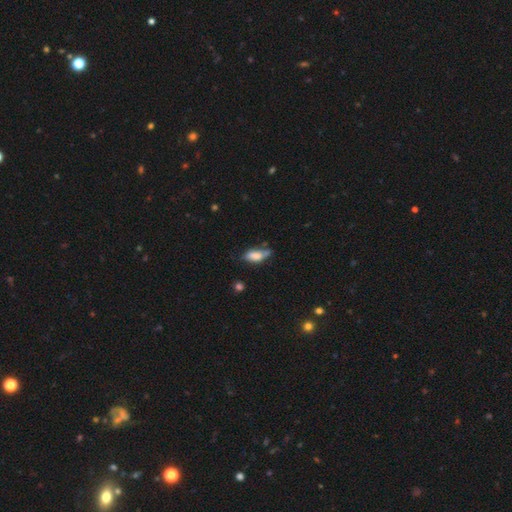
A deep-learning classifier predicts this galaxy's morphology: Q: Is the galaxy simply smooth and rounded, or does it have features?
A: smooth — 72%.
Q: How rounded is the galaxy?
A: in between — 80%.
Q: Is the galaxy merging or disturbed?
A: none — 41%.